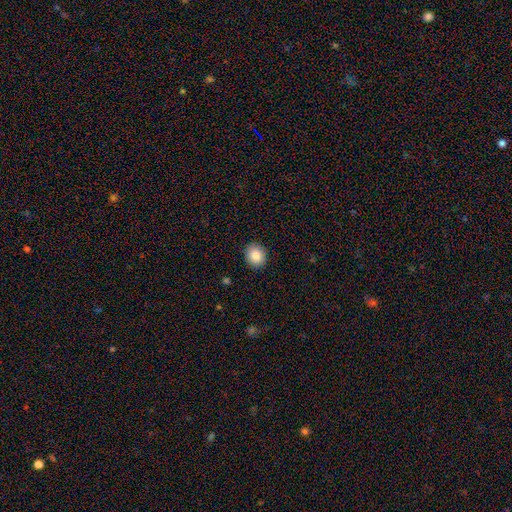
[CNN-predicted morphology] A smooth galaxy with no disk features (84%) that is round (73%). Merging: none (91%).